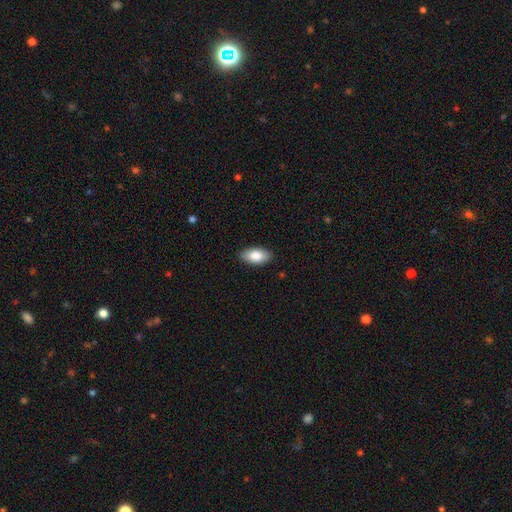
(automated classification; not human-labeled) Smooth or featured?
  - smooth: 85% *
  - featured or disk: 9%
  - star or artifact: 6%
How rounded?
  - in between: 94% *
  - cigar-shaped: 3%
  - round: 3%
Merging?
  - none: 88% *
  - minor disturbance: 9%
  - major disturbance: 2%
  - merger: 1%